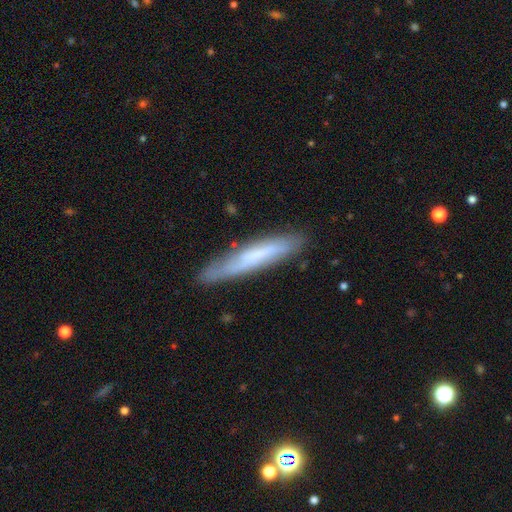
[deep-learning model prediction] This appears to be a smooth galaxy with no disk features (50%) that is cigar-shaped (90%). Merging: none (78%).